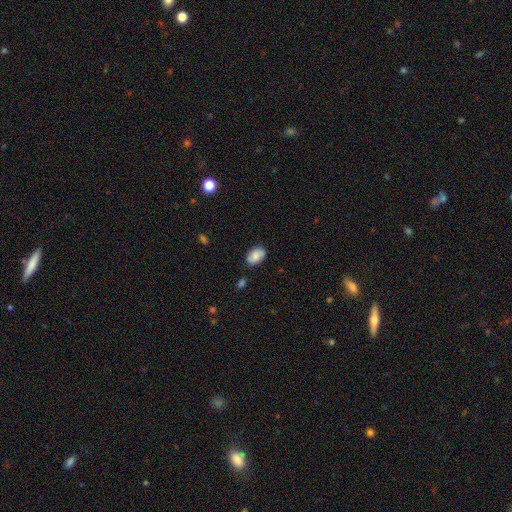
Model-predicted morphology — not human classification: The model was most divided on "smooth or featured": smooth: 72%, featured or disk: 20%, star or artifact: 8%. More confident: how rounded — in between (89%); merging — none (78%).